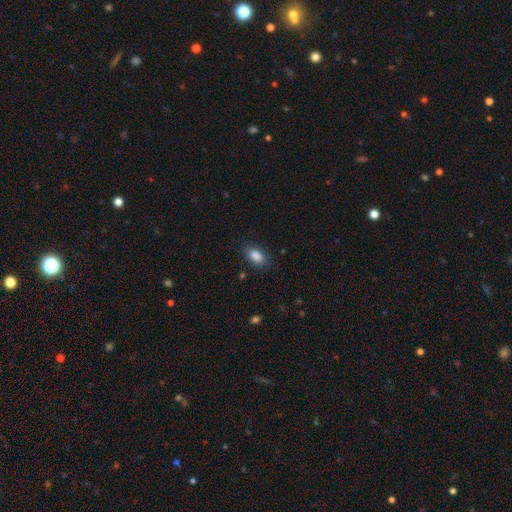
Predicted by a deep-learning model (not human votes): Smooth or featured? smooth (88%)
How rounded? in between (91%)
Merging? none (85%)